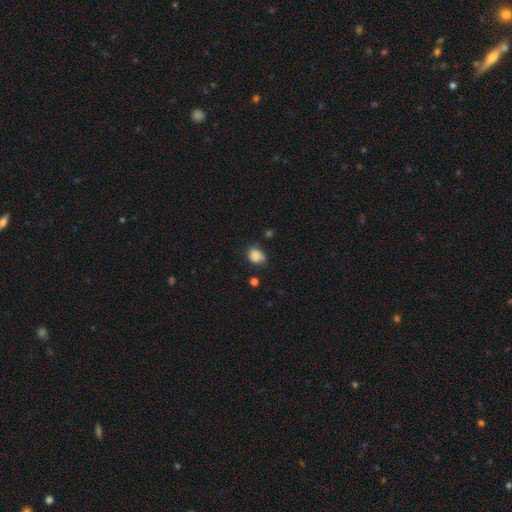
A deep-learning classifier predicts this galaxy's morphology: Smooth or featured? smooth (85%)
How rounded? in between (51%)
Merging? none (57%)